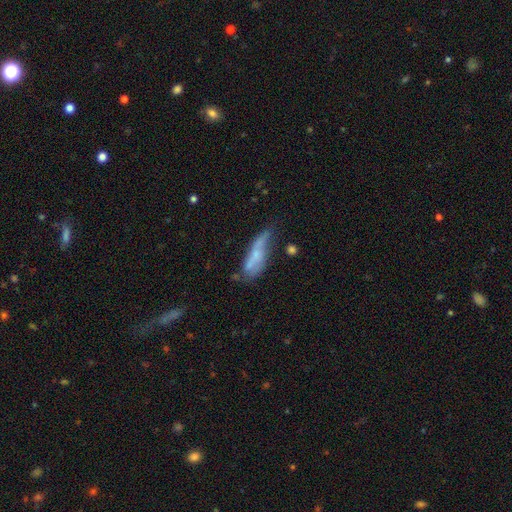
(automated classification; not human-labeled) Q: Smooth or featured?
A: smooth (51%); runner-up: featured or disk (40%)
Q: How rounded?
A: cigar-shaped (54%); runner-up: in between (43%)
Q: Merging?
A: none (34%); runner-up: minor disturbance (32%)